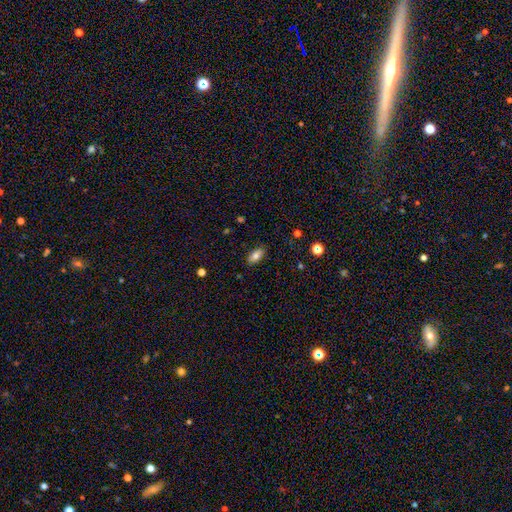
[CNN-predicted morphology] A smooth galaxy with no disk features (79%) that is in between round and cigar-shaped (90%).

Vote fractions:
- Smooth or featured? smooth: 79% / featured or disk: 12% / star or artifact: 8%
- How rounded? in between: 90% / cigar-shaped: 6% / round: 4%
- Merging? none: 86% / minor disturbance: 10% / major disturbance: 2% / merger: 1%